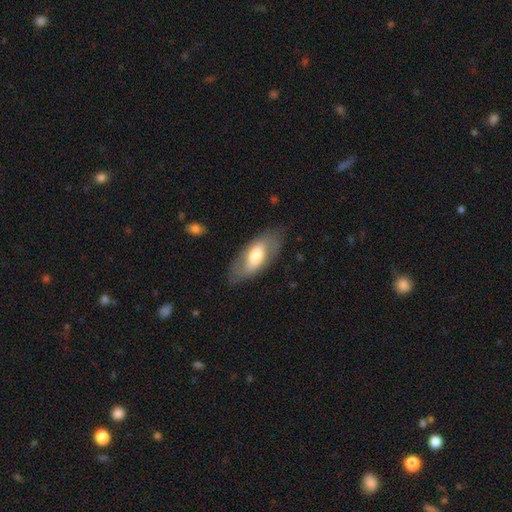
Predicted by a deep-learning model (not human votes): A featured or disk galaxy (50%). Merging: none (75%).